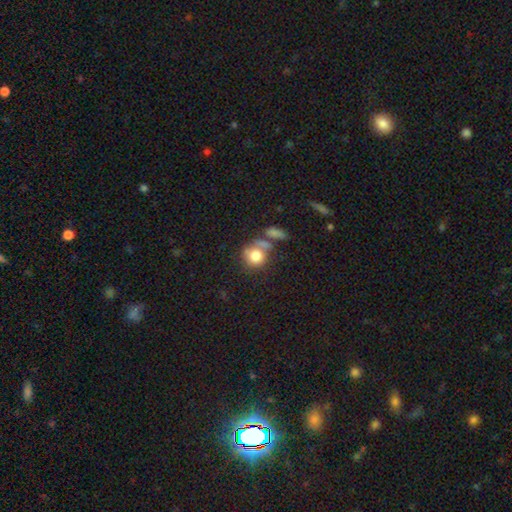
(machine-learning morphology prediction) smooth_or_featured: smooth (p=0.78) [alt: featured or disk p=0.13]
how_rounded: round (p=0.79) [alt: in between p=0.20]
merging: none (p=0.46) [alt: merger p=0.30]